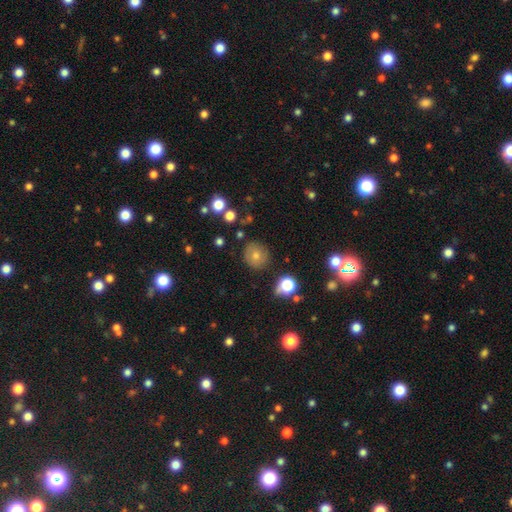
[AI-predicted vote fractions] smooth-or-featured: smooth: 63% | featured or disk: 19% | star or artifact: 19%
  how-rounded: round: 88% | in between: 11% | cigar-shaped: 1%
  merging: none: 84% | minor disturbance: 11% | major disturbance: 3% | merger: 2%